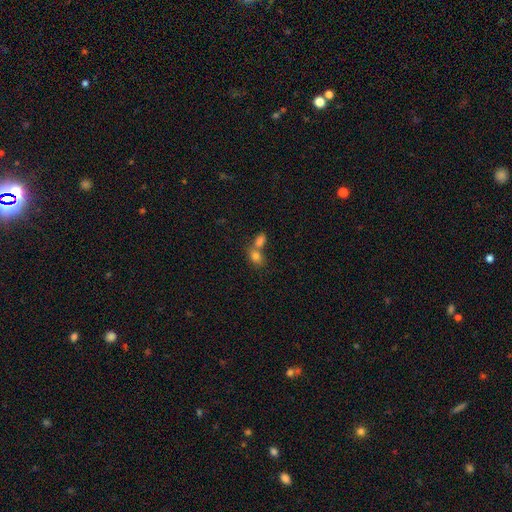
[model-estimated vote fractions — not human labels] Smooth or featured: smooth — 80% (star or artifact — 10%)
How rounded: in between — 75% (round — 23%)
Merging: merger — 61% (none — 28%)